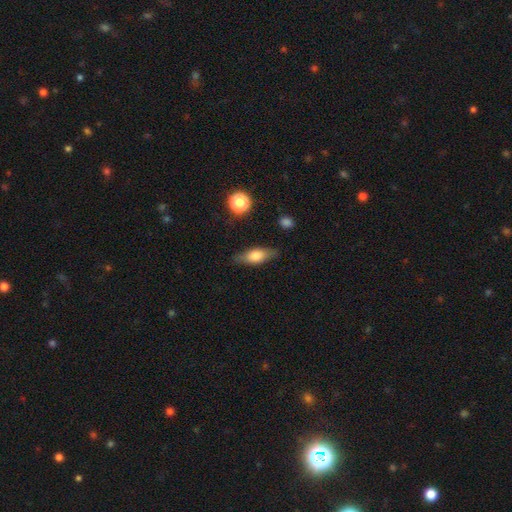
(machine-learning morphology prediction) Q: Smooth or featured?
A: smooth (63%); runner-up: featured or disk (29%)
Q: How rounded?
A: in between (69%); runner-up: cigar-shaped (26%)
Q: Merging?
A: none (79%); runner-up: minor disturbance (15%)